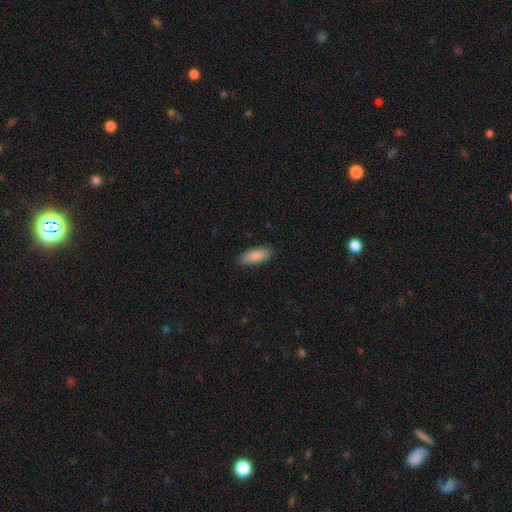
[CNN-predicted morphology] Smooth or featured? smooth (86%)
How rounded? in between (75%)
Merging? none (85%)